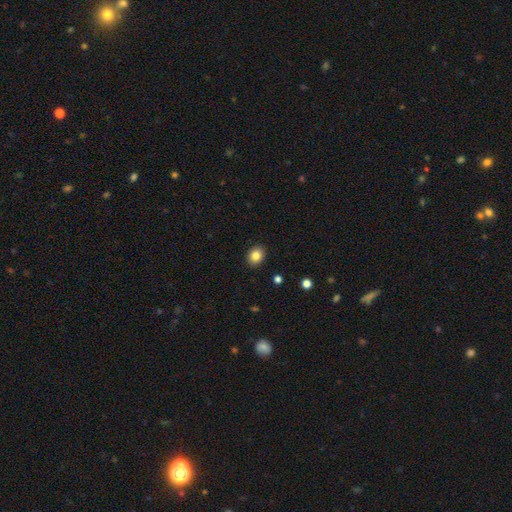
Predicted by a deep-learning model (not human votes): smooth-or-featured: smooth: 84% | star or artifact: 10% | featured or disk: 7%
  how-rounded: round: 51% | in between: 48% | cigar-shaped: 1%
  merging: none: 90% | minor disturbance: 7% | major disturbance: 2% | merger: 1%